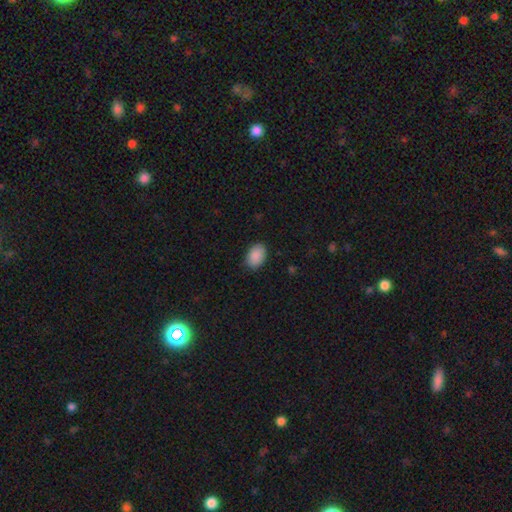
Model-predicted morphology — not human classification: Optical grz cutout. It shows a smooth galaxy with no disk features (90%) that is in between round and cigar-shaped (83%). Merging: none (85%).